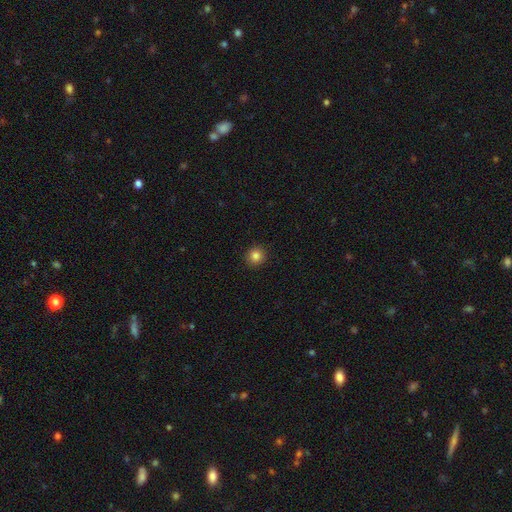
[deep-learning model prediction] Morphology: type=smooth (84%); roundness=round (93%); merging=none (92%).